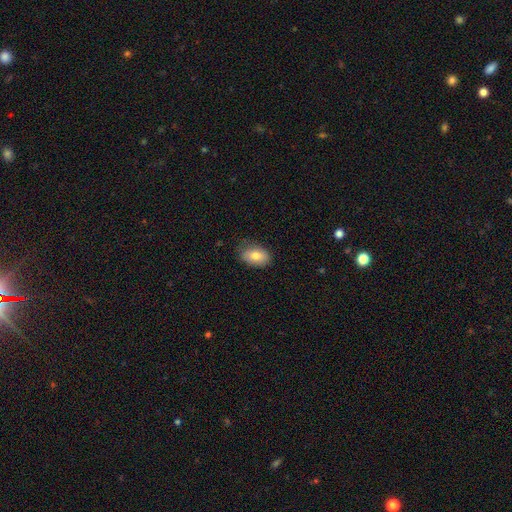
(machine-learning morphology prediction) Smooth or featured? smooth (79%)
How rounded? in between (86%)
Merging? none (75%)